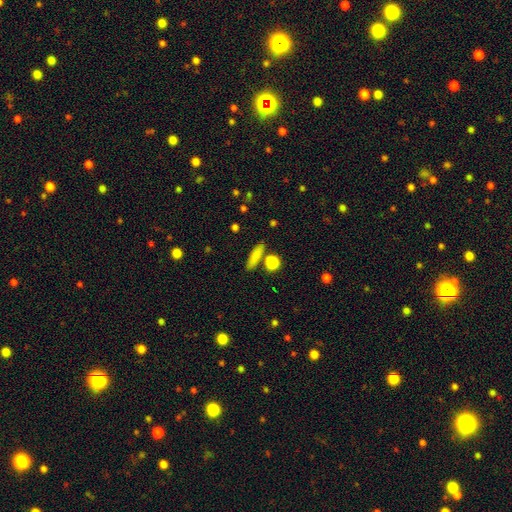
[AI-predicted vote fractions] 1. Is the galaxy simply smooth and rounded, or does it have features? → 81% smooth, 10% featured or disk, 8% star or artifact.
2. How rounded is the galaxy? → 63% cigar-shaped, 25% in between, 12% round.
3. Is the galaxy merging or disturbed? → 78% none, 10% minor disturbance, 9% merger, 3% major disturbance.